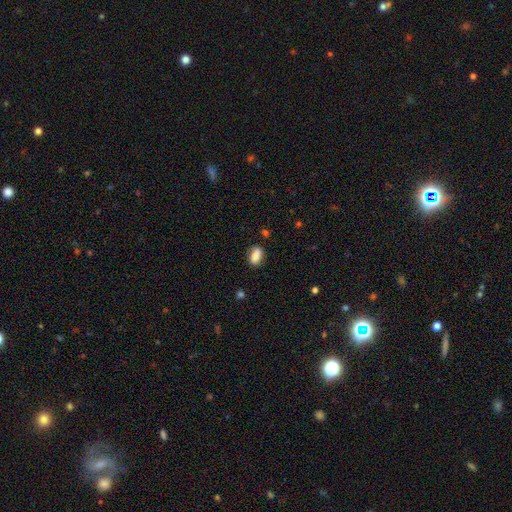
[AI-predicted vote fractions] A smooth galaxy with no disk features (84%) that is in between round and cigar-shaped (86%).

Vote fractions:
- Smooth or featured? smooth: 84% / featured or disk: 8% / star or artifact: 8%
- How rounded? in between: 86% / round: 8% / cigar-shaped: 6%
- Merging? none: 82% / minor disturbance: 13% / major disturbance: 3% / merger: 2%